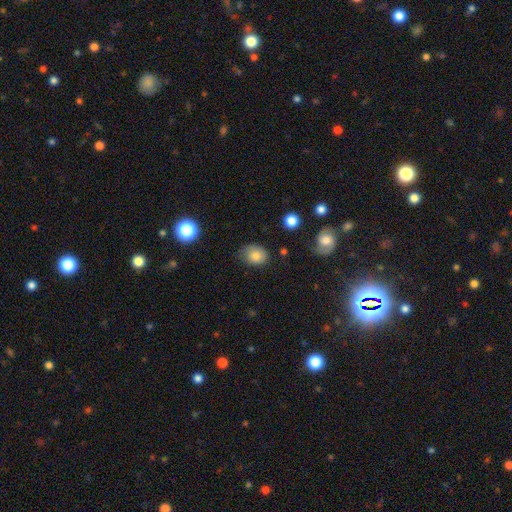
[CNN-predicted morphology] type=smooth (78%); roundness=in between (51%); merging=none (61%).